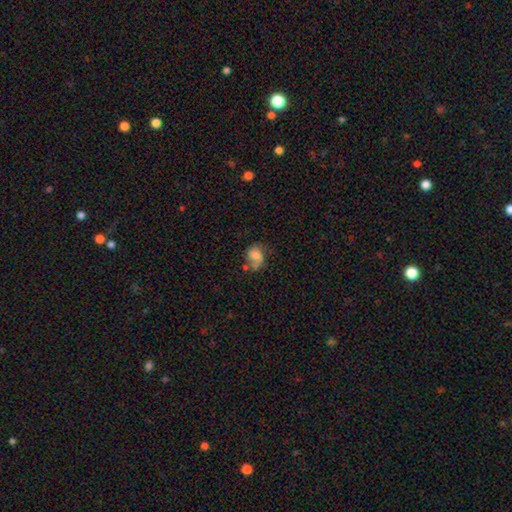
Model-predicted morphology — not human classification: This is possibly a smooth galaxy (58%). How rounded: possibly in between (54%). Merging: marginally none (39%).